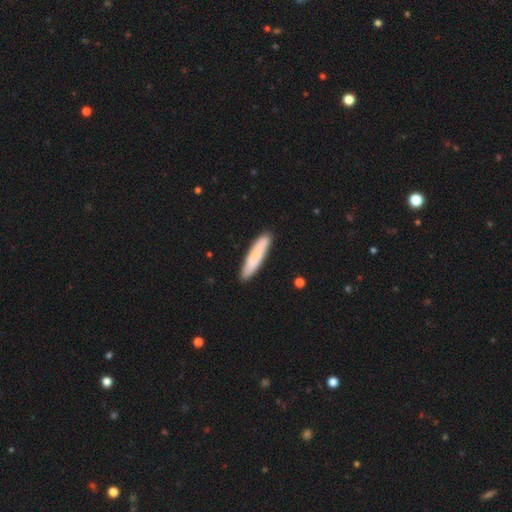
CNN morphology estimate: This is likely a smooth galaxy (70%). How rounded: clearly cigar-shaped (85%). Merging: clearly none (87%).